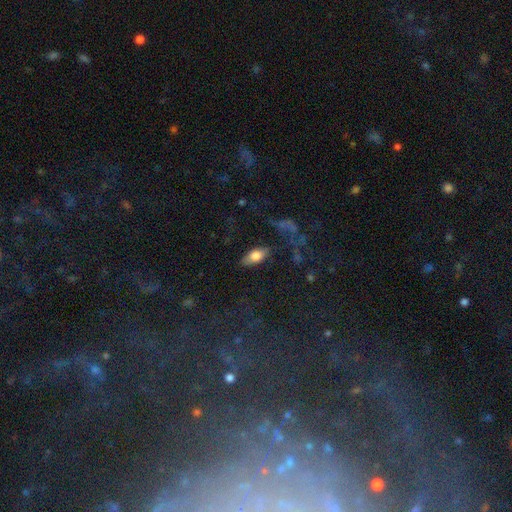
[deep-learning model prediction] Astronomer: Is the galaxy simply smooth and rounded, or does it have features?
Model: smooth — 73%.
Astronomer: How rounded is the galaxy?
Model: in between — 84%.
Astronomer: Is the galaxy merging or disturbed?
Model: none — 79%.